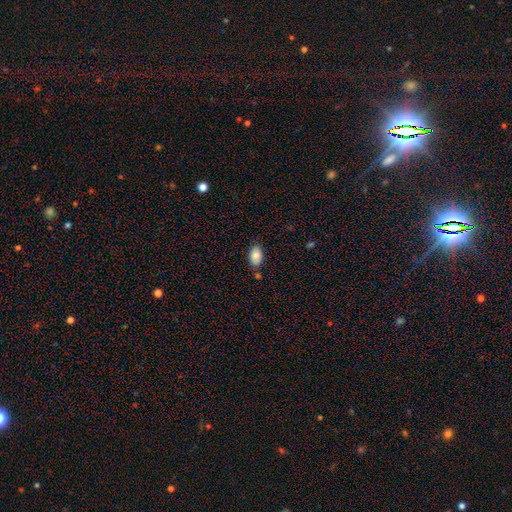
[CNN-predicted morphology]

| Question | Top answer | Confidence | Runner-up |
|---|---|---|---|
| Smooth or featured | smooth | 85% | featured or disk (8%) |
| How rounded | in between | 92% | round (6%) |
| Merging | none | 76% | minor disturbance (15%) |